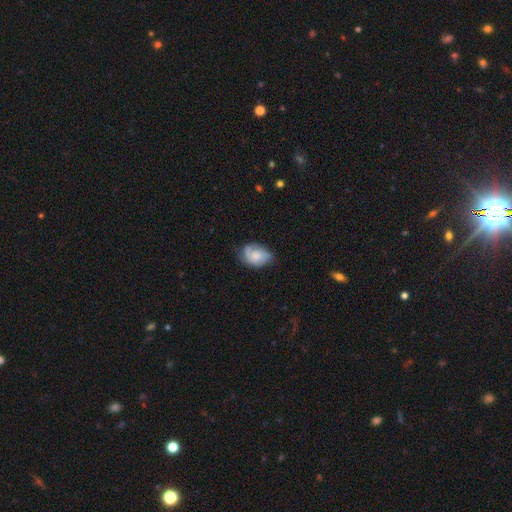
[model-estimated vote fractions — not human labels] Smooth or featured?
  - smooth: 61% *
  - featured or disk: 32%
  - star or artifact: 8%
How rounded?
  - in between: 80% *
  - round: 19%
  - cigar-shaped: 1%
Merging?
  - none: 49% *
  - minor disturbance: 36%
  - major disturbance: 13%
  - merger: 2%